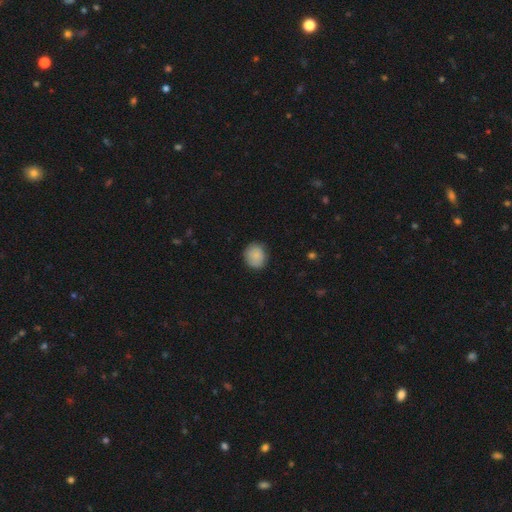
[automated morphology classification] Smooth or featured? smooth (86%)
How rounded? round (82%)
Merging? none (85%)